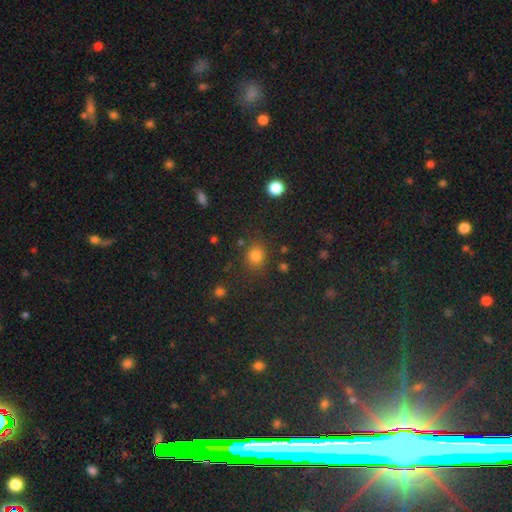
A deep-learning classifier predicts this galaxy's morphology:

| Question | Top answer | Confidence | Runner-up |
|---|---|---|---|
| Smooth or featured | smooth | 78% | star or artifact (16%) |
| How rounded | round | 74% | in between (25%) |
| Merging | none | 82% | minor disturbance (11%) |